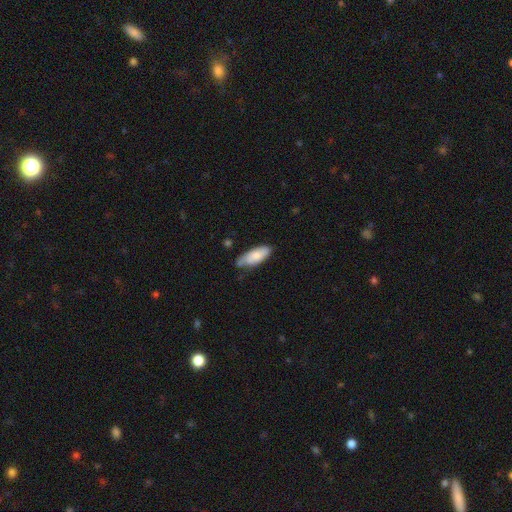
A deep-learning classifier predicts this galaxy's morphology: Smooth or featured? smooth (74%)
How rounded? in between (78%)
Merging? none (57%)